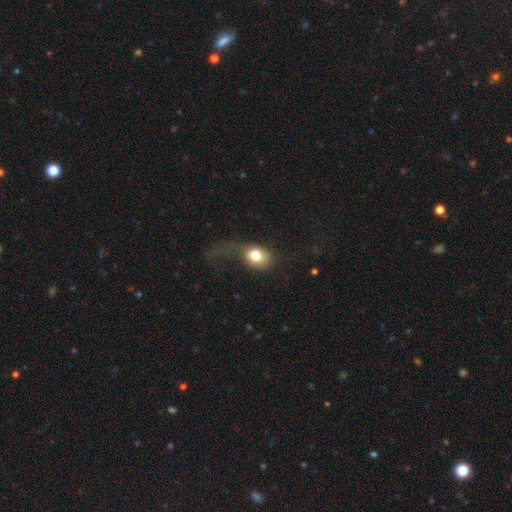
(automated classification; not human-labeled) This appears to be a smooth galaxy with no disk features (76%) that is round (53%). Merging: major disturbance (46%).